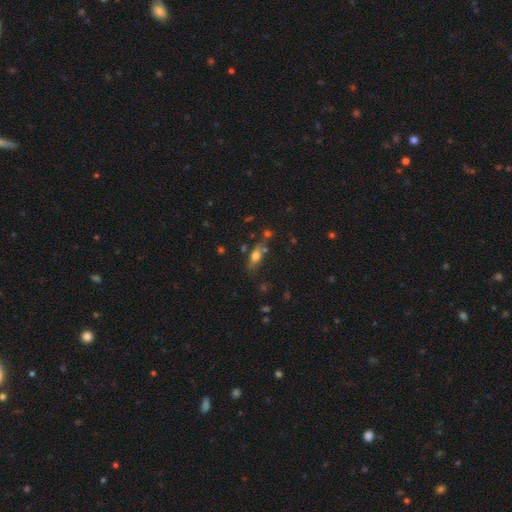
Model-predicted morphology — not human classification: This appears to be a smooth galaxy with no disk features (62%) that is in between round and cigar-shaped (65%). Merging: none (59%).